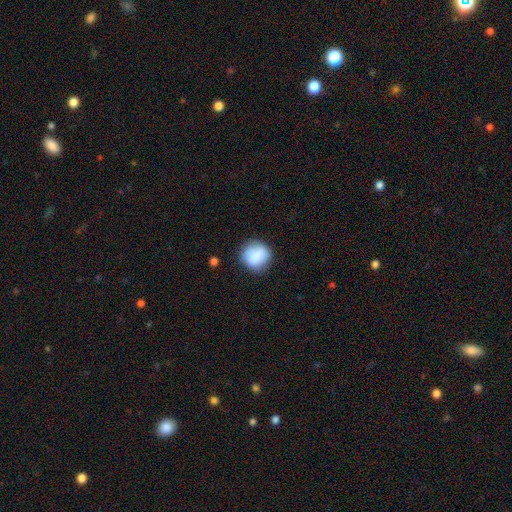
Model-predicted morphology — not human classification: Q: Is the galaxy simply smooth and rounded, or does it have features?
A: smooth — 85%.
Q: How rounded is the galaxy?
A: round — 86%.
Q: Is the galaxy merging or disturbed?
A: none — 77%.